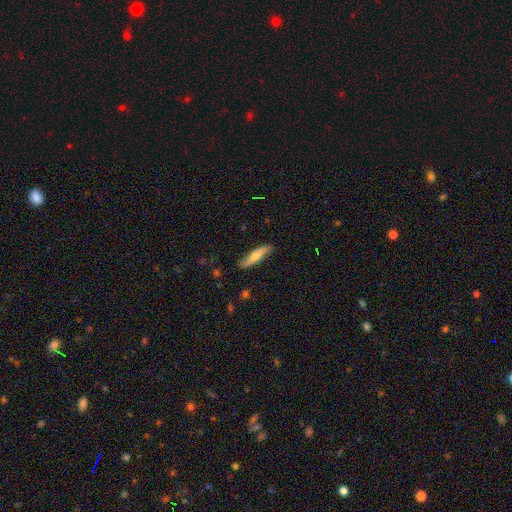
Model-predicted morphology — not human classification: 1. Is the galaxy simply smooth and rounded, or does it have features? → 48% featured or disk, 46% smooth, 6% star or artifact.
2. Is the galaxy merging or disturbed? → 82% none, 14% minor disturbance, 3% major disturbance, 1% merger.